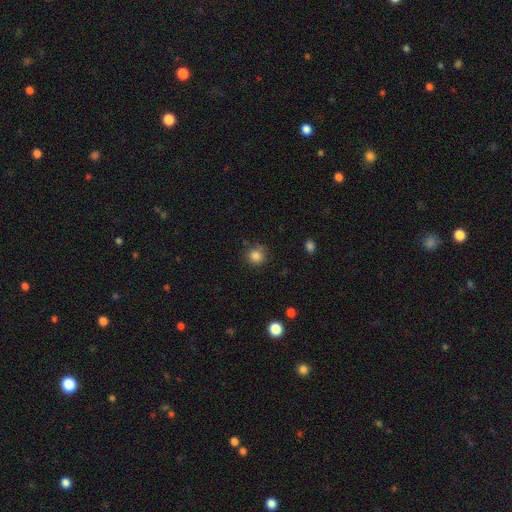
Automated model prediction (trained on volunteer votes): A smooth galaxy with no disk features (85%) that is round (92%). Merging: none (83%).